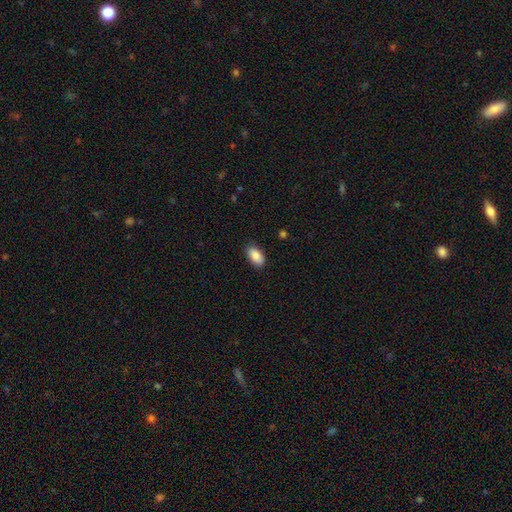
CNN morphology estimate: Smooth or featured?
  - smooth: 87% *
  - star or artifact: 7%
  - featured or disk: 6%
How rounded?
  - in between: 93% *
  - round: 4%
  - cigar-shaped: 3%
Merging?
  - none: 87% *
  - minor disturbance: 10%
  - major disturbance: 2%
  - merger: 1%